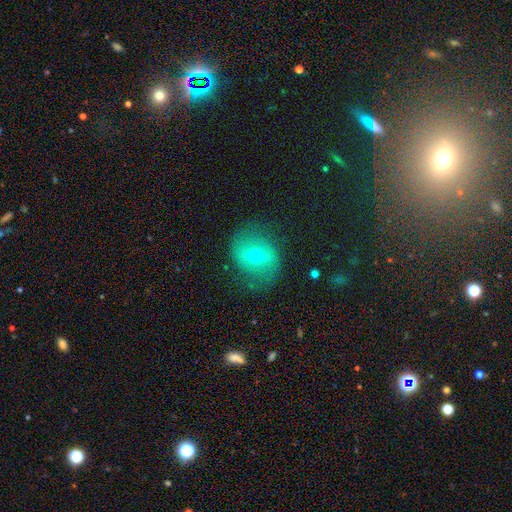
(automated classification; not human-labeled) Smooth or featured?
  - featured or disk: 57% *
  - smooth: 35%
  - star or artifact: 8%
Edge-on disk?
  - no: 89% *
  - yes: 11%
Bar?
  - strong: 47% *
  - weak: 36%
  - no: 17%
Spiral arms?
  - no: 57% *
  - yes: 43%
Bulge size?
  - moderate: 64% *
  - small: 30%
  - large: 4%
  - dominant: 1%
  - none: 1%
Merging?
  - none: 74% *
  - minor disturbance: 17%
  - major disturbance: 8%
  - merger: 1%